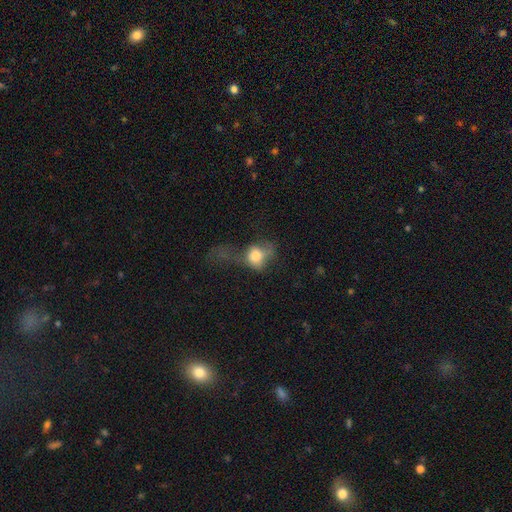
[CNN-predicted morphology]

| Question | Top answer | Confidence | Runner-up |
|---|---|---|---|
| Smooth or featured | smooth | 71% | featured or disk (19%) |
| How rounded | round | 51% | in between (47%) |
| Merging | major disturbance | 58% | minor disturbance (17%) |